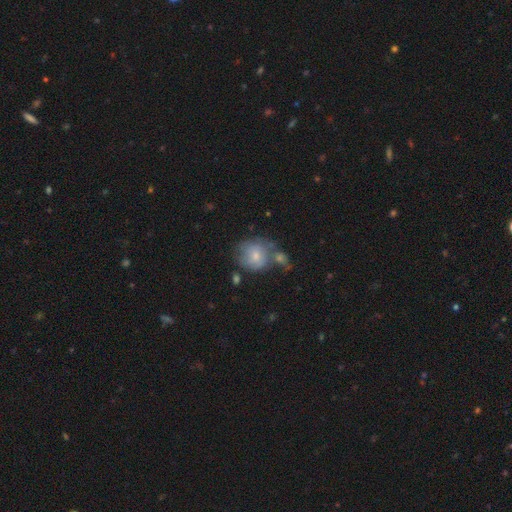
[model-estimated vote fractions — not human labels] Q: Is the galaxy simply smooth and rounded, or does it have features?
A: smooth — 65%.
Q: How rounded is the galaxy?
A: round — 78%.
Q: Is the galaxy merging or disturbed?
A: none — 38%.